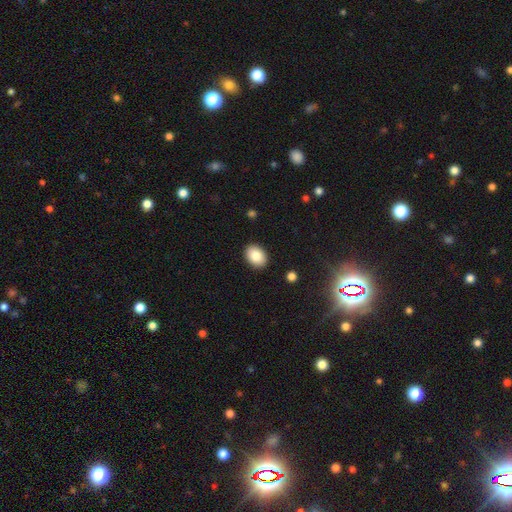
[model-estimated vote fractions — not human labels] Smooth or featured?
  - smooth: 85% *
  - star or artifact: 8%
  - featured or disk: 7%
How rounded?
  - in between: 72% *
  - round: 27%
  - cigar-shaped: 1%
Merging?
  - none: 90% *
  - minor disturbance: 7%
  - major disturbance: 2%
  - merger: 1%